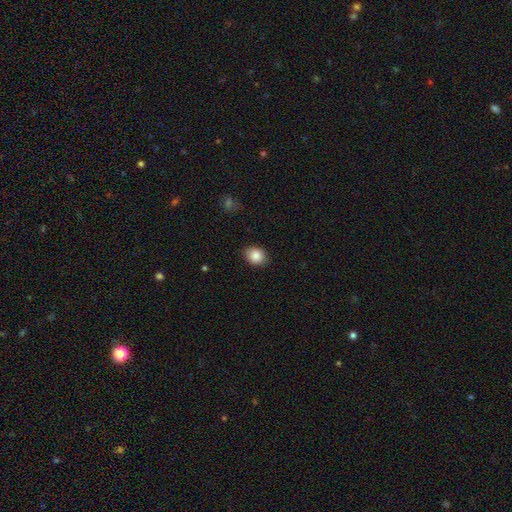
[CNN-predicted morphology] This appears to be a smooth galaxy with no disk features (87%) that is round (50%). Merging: none (87%).